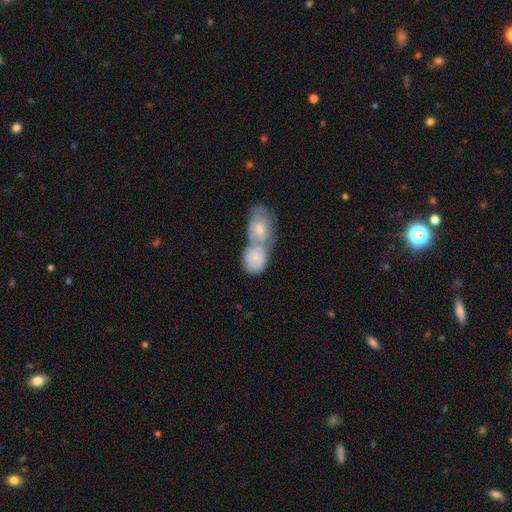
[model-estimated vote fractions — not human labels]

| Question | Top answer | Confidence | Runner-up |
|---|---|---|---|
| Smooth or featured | smooth | 68% | featured or disk (25%) |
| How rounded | in between | 67% | round (30%) |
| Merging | merger | 75% | none (16%) |